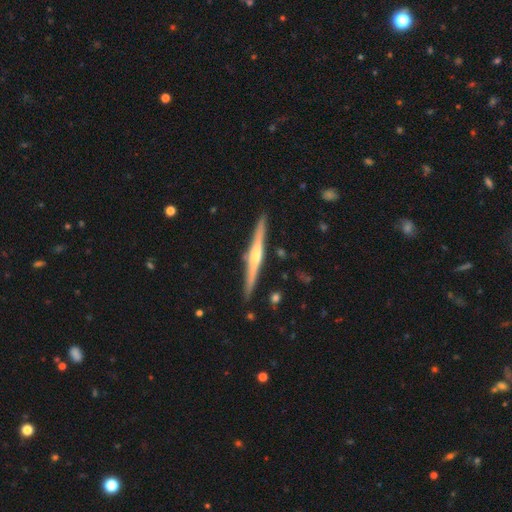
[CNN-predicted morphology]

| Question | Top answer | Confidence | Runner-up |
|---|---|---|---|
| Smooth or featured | featured or disk | 76% | smooth (18%) |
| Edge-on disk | yes | 98% | no (2%) |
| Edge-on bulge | rounded | 76% | none (15%) |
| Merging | none | 90% | minor disturbance (7%) |